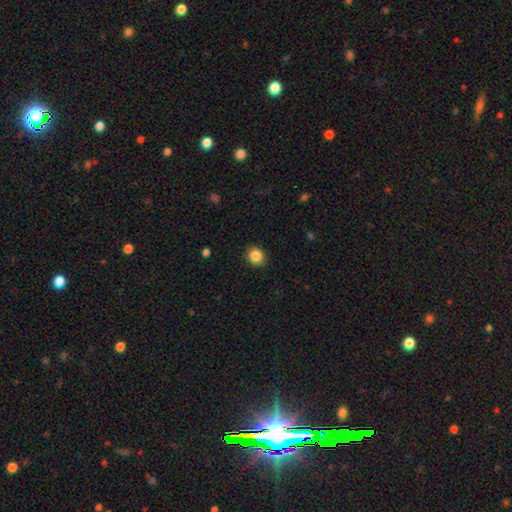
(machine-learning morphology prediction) A smooth galaxy with no disk features (87%) that is round (75%).

Vote fractions:
- Smooth or featured? smooth: 87% / star or artifact: 9% / featured or disk: 4%
- How rounded? round: 75% / in between: 24% / cigar-shaped: 1%
- Merging? none: 90% / minor disturbance: 7% / major disturbance: 2% / merger: 1%